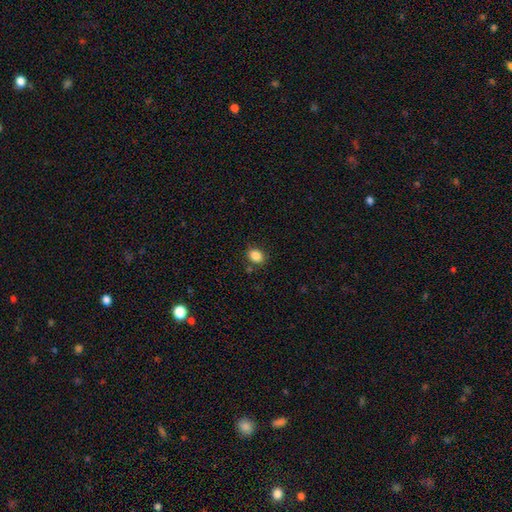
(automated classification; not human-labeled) This is clearly a smooth galaxy (86%). How rounded: possibly in between (57%). Merging: clearly none (82%).